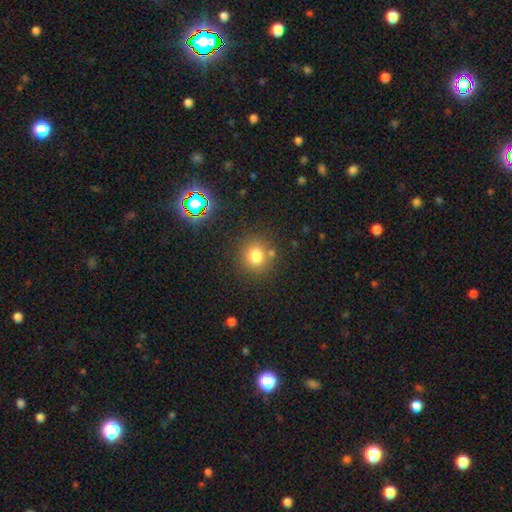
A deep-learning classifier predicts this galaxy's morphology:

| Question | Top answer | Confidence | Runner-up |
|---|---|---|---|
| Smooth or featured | smooth | 78% | star or artifact (15%) |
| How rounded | round | 88% | in between (11%) |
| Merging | none | 78% | minor disturbance (10%) |